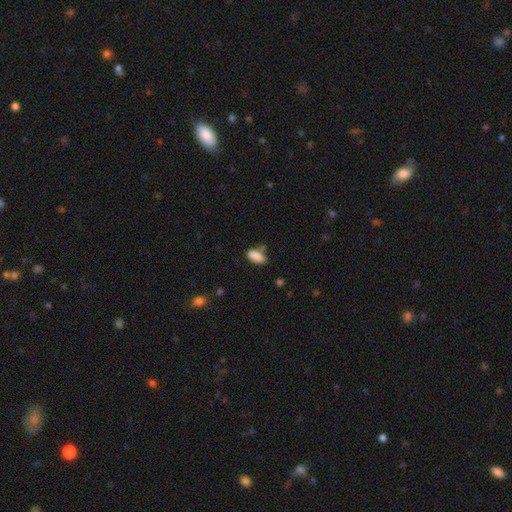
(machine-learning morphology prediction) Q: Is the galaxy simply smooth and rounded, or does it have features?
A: smooth — 87%.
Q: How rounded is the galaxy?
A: in between — 90%.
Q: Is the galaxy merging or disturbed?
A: none — 59%.